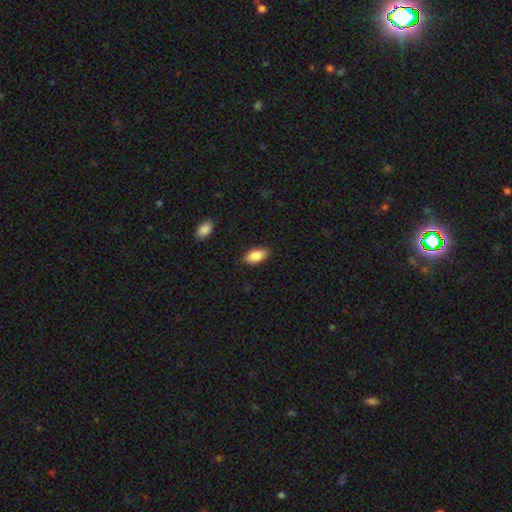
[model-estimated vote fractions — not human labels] Smooth or featured? Predicted: smooth (p=0.86). How rounded? Predicted: in between (p=0.92). Merging? Predicted: none (p=0.86).